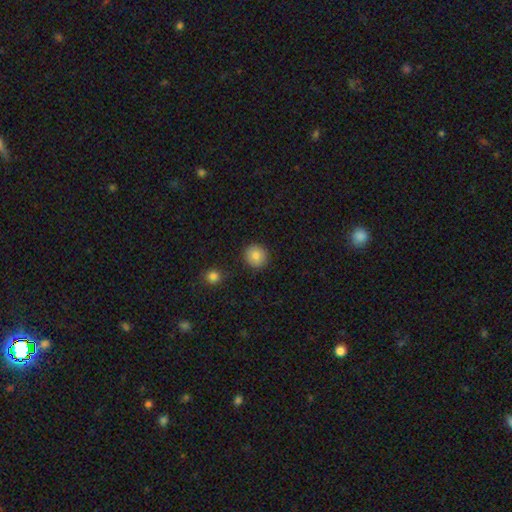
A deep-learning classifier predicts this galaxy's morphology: Overall: smooth (84%). How rounded: round (92%). Merging: none (91%).